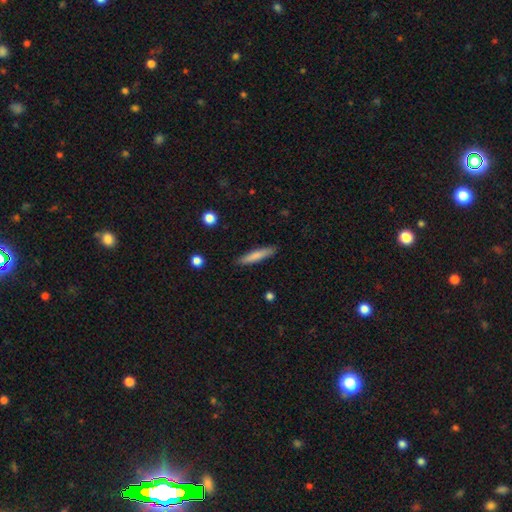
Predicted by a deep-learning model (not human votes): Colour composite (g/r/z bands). It shows a smooth galaxy with no disk features (76%) that is cigar-shaped (91%). Merging: none (89%).